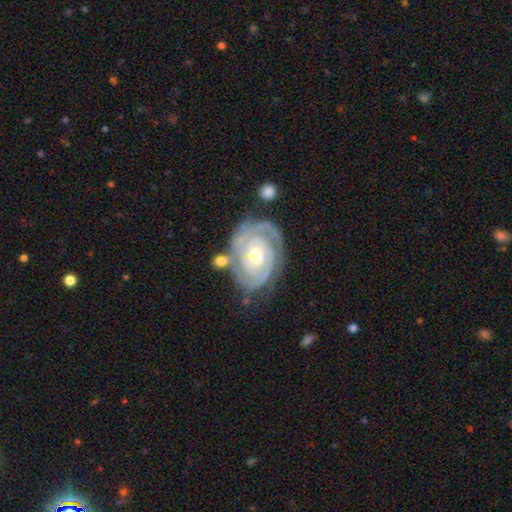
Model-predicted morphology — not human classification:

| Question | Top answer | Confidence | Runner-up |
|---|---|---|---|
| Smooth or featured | featured or disk | 89% | smooth (7%) |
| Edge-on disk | no | 97% | yes (3%) |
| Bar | no | 72% | weak (22%) |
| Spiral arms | yes | 96% | no (4%) |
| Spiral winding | tight | 81% | medium (16%) |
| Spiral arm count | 2 | 52% | can't tell (17%) |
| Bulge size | moderate | 69% | small (25%) |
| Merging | none | 69% | minor disturbance (18%) |